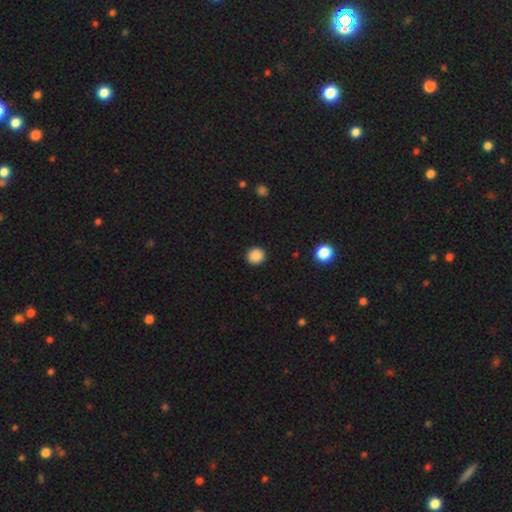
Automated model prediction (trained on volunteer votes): Smooth or featured?
  - smooth: 88% *
  - star or artifact: 10%
  - featured or disk: 2%
How rounded?
  - round: 93% *
  - in between: 6%
  - cigar-shaped: 1%
Merging?
  - none: 93% *
  - minor disturbance: 5%
  - major disturbance: 2%
  - merger: 1%